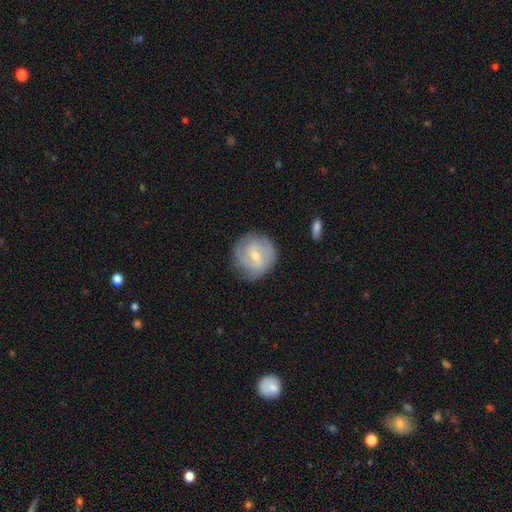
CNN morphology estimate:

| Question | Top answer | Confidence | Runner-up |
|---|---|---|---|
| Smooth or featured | featured or disk | 58% | smooth (35%) |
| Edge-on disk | no | 97% | yes (3%) |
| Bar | weak | 60% | no (24%) |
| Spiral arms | yes | 75% | no (25%) |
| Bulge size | small | 49% | moderate (47%) |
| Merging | none | 77% | minor disturbance (16%) |